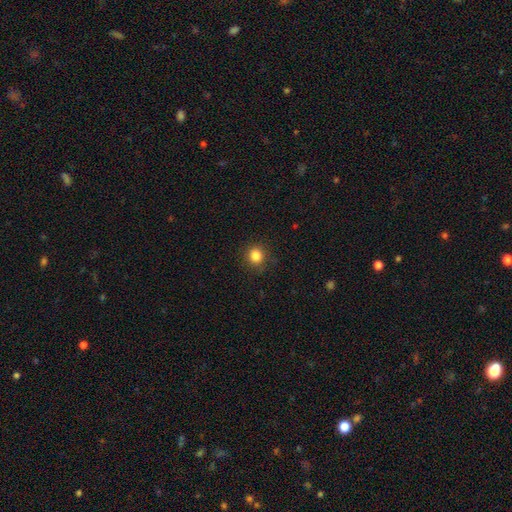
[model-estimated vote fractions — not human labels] Q: Smooth or featured?
A: smooth (84%); runner-up: star or artifact (11%)
Q: How rounded?
A: round (88%); runner-up: in between (11%)
Q: Merging?
A: none (88%); runner-up: minor disturbance (8%)